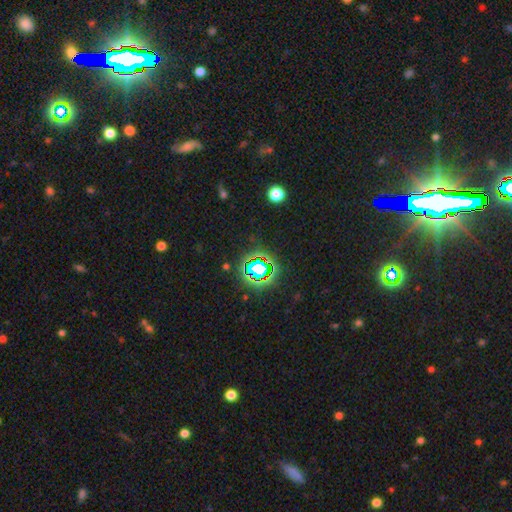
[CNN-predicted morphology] smooth-or-featured: star or artifact: 81% | smooth: 11% | featured or disk: 8%